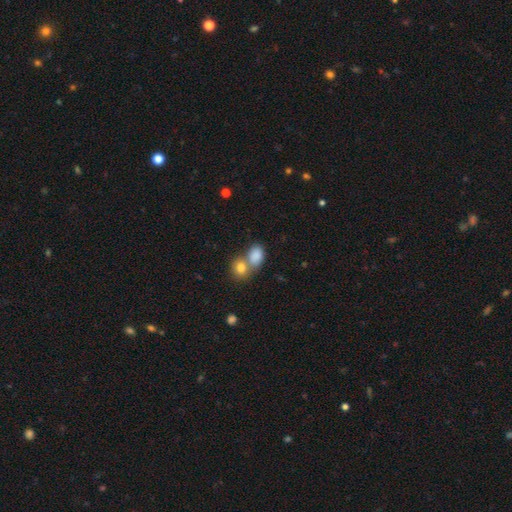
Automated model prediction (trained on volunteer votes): Q: Smooth or featured?
A: smooth (84%); runner-up: star or artifact (9%)
Q: How rounded?
A: in between (74%); runner-up: round (25%)
Q: Merging?
A: merger (51%); runner-up: none (35%)